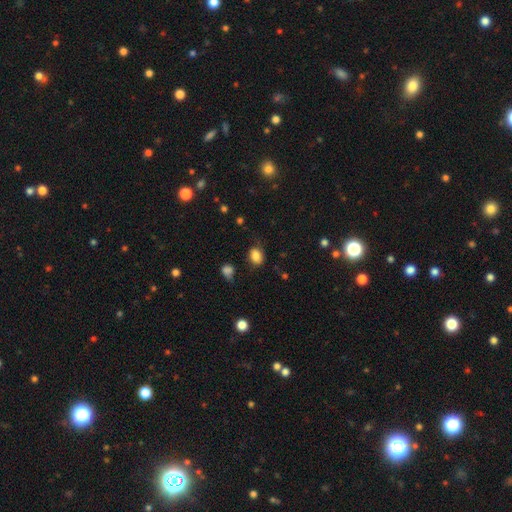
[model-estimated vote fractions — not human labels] Smooth or featured? smooth (82%)
How rounded? in between (64%)
Merging? none (67%)